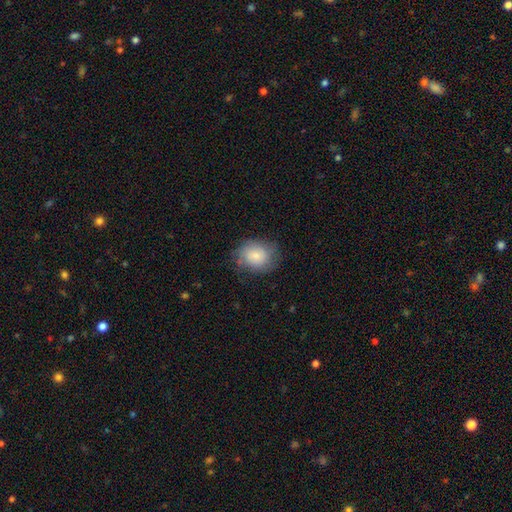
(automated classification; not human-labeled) smooth_or_featured: smooth (p=0.78) [alt: featured or disk p=0.14]
how_rounded: round (p=0.52) [alt: in between p=0.47]
merging: none (p=0.70) [alt: minor disturbance p=0.21]